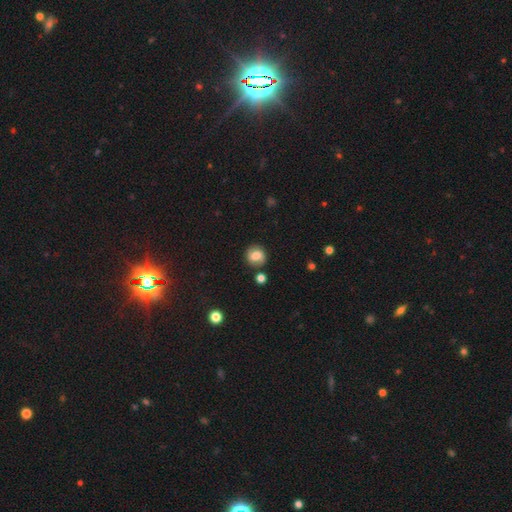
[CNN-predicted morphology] Q: Smooth or featured?
A: smooth (69%); runner-up: featured or disk (21%)
Q: How rounded?
A: round (84%); runner-up: in between (15%)
Q: Merging?
A: none (81%); runner-up: minor disturbance (11%)